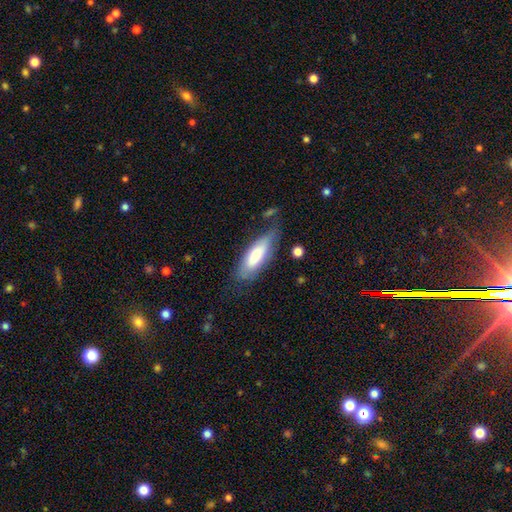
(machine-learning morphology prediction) Smooth or featured? smooth (68%)
How rounded? in between (62%)
Merging? none (60%)